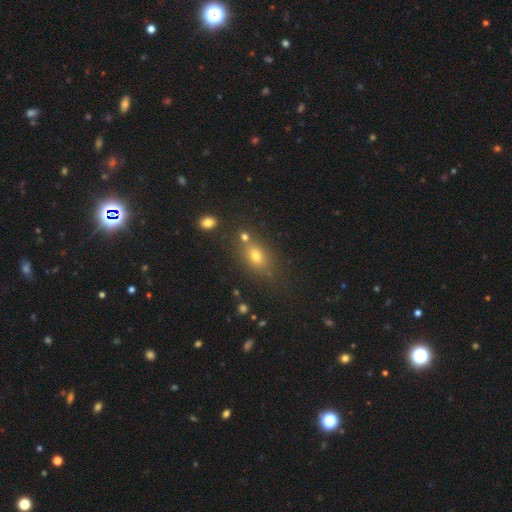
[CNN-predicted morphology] This appears to be a smooth galaxy with no disk features (69%) that is in between round and cigar-shaped (70%). Merging: none (66%).